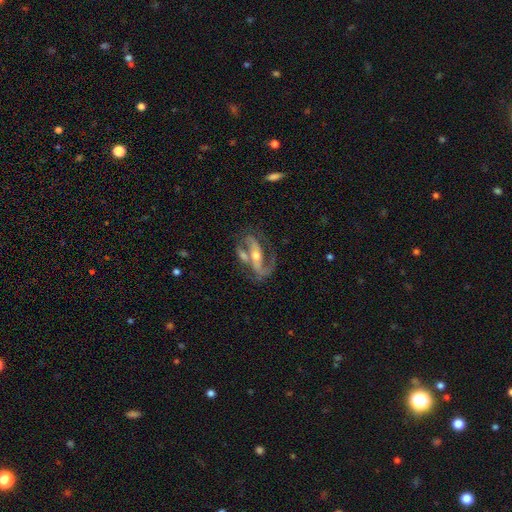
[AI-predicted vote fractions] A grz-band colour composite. It shows a featured or disk galaxy (86%) with a strong bar (44%), 2 (76%) medium (47%) spiral arms (91%) and a moderate central bulge (63%). Merging: none (47%).